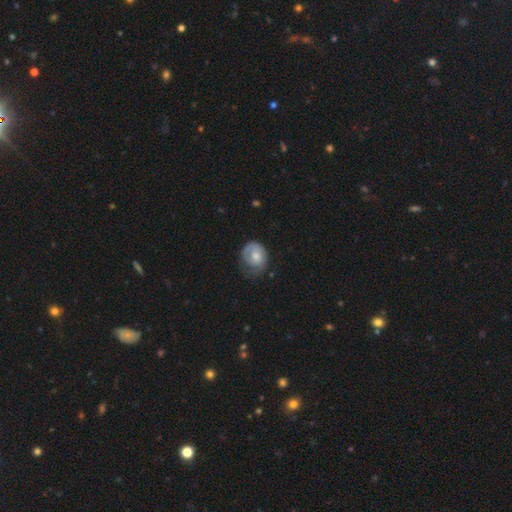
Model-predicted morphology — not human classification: This is possibly a smooth galaxy (48%). Merging: possibly none (46%).